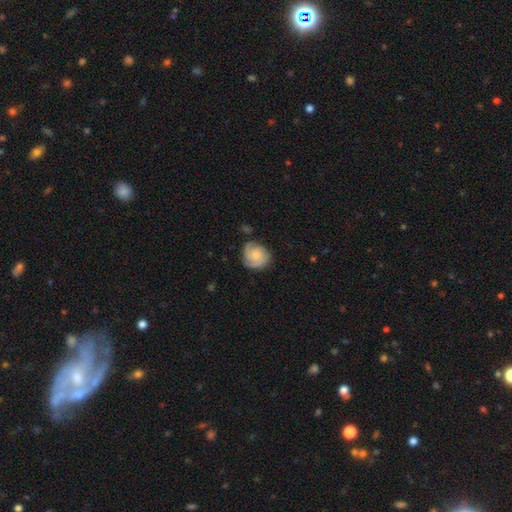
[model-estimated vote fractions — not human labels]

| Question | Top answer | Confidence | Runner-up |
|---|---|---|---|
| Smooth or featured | featured or disk | 62% | smooth (32%) |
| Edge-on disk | no | 98% | yes (2%) |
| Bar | no | 76% | weak (21%) |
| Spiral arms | yes | 93% | no (7%) |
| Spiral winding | tight | 57% | medium (33%) |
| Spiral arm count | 3 | 37% | 2 (28%) |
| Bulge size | small | 50% | moderate (29%) |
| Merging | none | 65% | minor disturbance (24%) |